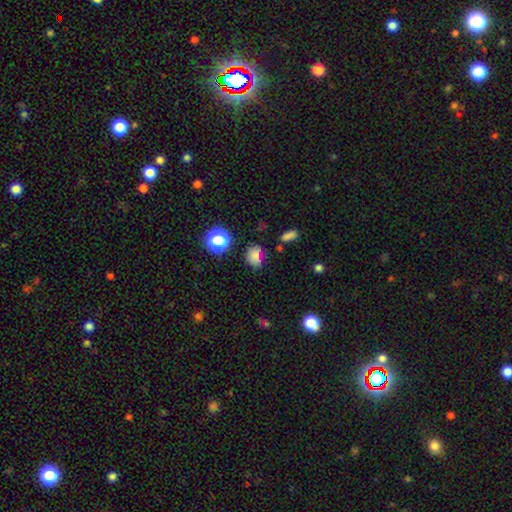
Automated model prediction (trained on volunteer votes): Smooth or featured: smooth — 71% (star or artifact — 22%)
How rounded: round — 52% (in between — 46%)
Merging: none — 71% (minor disturbance — 17%)